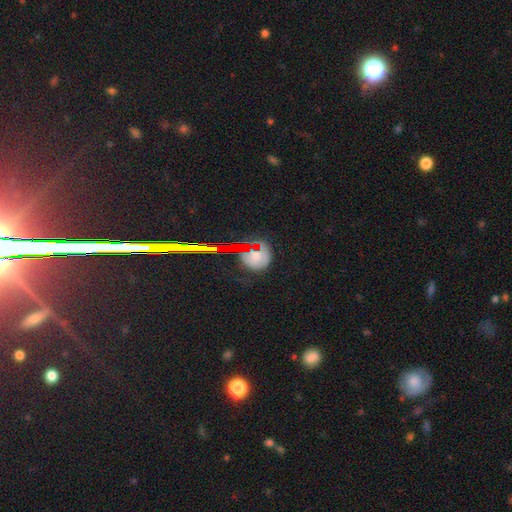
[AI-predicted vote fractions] A smooth galaxy with no disk features (50%).

Vote fractions:
- Smooth or featured? smooth: 50% / star or artifact: 35% / featured or disk: 16%
- Merging? none: 68% / minor disturbance: 19% / major disturbance: 8% / merger: 4%